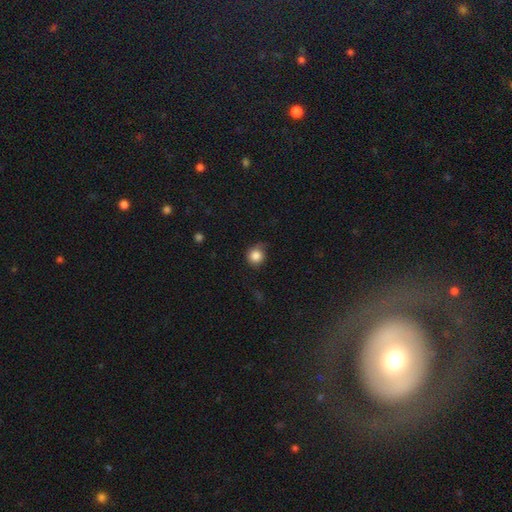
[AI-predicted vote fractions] Smooth or featured? Predicted: smooth (p=0.85). How rounded? Predicted: round (p=0.90). Merging? Predicted: none (p=0.63).